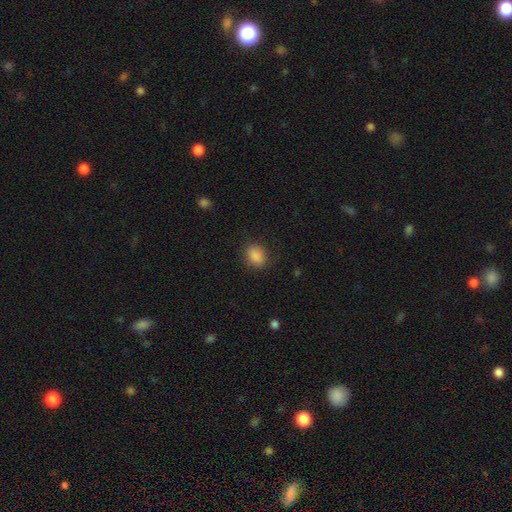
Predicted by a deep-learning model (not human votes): A smooth galaxy with no disk features (88%) that is in between round and cigar-shaped (65%). Merging: none (84%).